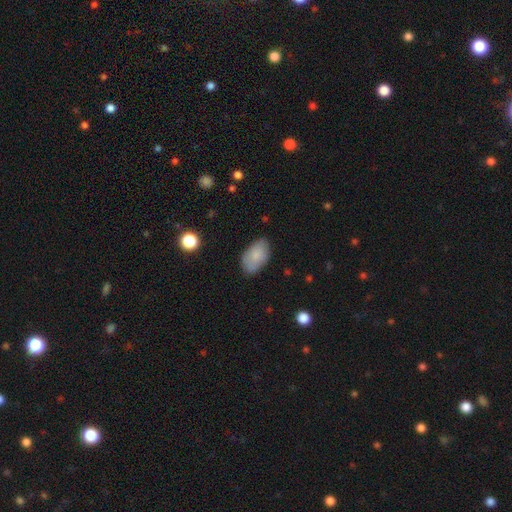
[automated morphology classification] Overall: smooth (82%). How rounded: in between (94%). Merging: none (77%).